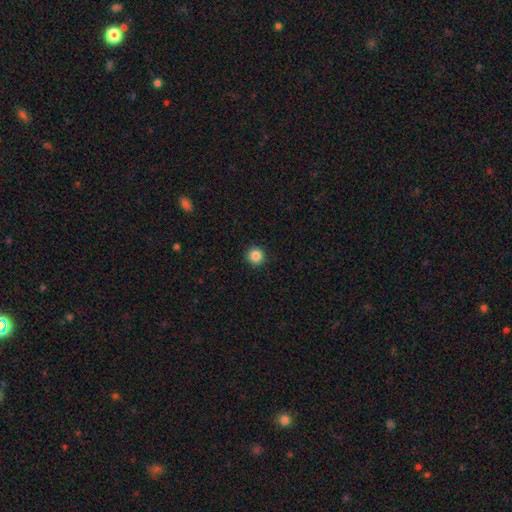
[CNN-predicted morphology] Smooth or featured: smooth — 86% (star or artifact — 10%)
How rounded: round — 95% (in between — 4%)
Merging: none — 92% (minor disturbance — 5%)